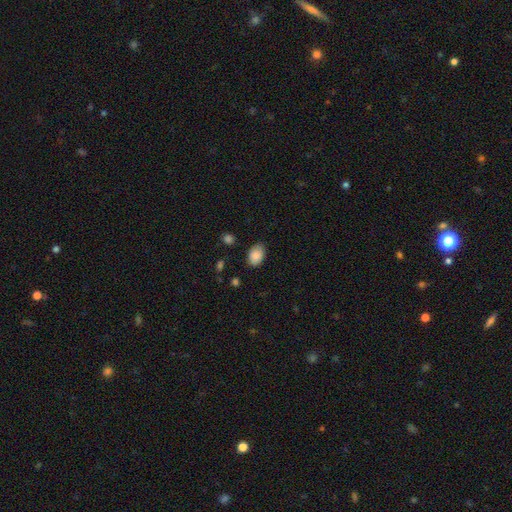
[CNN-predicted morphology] Overall: smooth (87%). How rounded: in between (85%). Merging: none (81%).